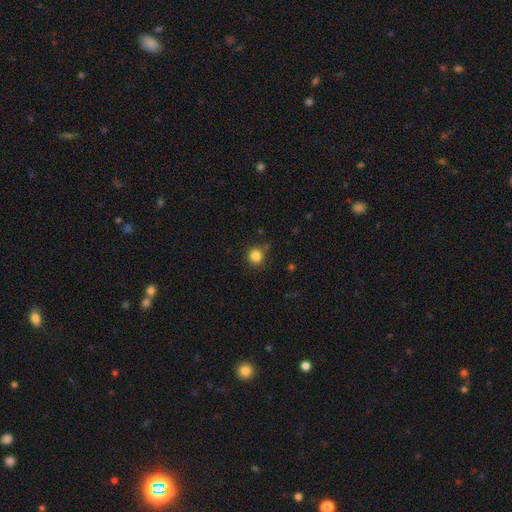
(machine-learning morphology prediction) Q: Smooth or featured?
A: smooth (84%); runner-up: star or artifact (12%)
Q: How rounded?
A: round (92%); runner-up: in between (7%)
Q: Merging?
A: none (83%); runner-up: minor disturbance (11%)